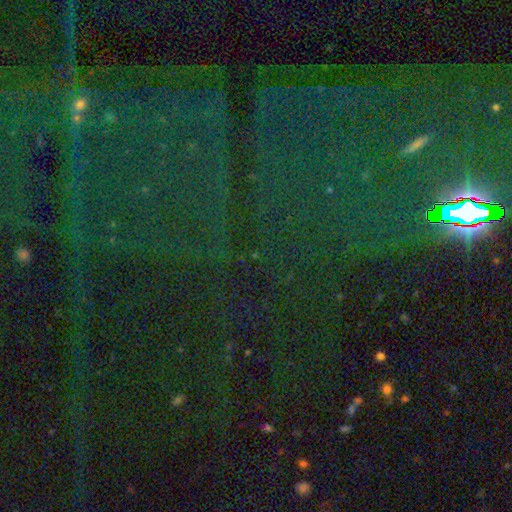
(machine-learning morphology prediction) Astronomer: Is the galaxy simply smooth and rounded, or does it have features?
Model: star or artifact — 85%.